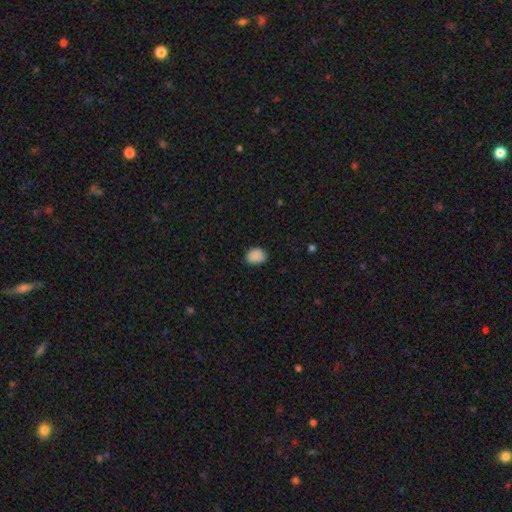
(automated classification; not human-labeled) A smooth galaxy with no disk features (87%) that is in between round and cigar-shaped (65%).

Vote fractions:
- Smooth or featured? smooth: 87% / star or artifact: 9% / featured or disk: 4%
- How rounded? in between: 65% / round: 34% / cigar-shaped: 1%
- Merging? none: 73% / minor disturbance: 22% / major disturbance: 4% / merger: 1%